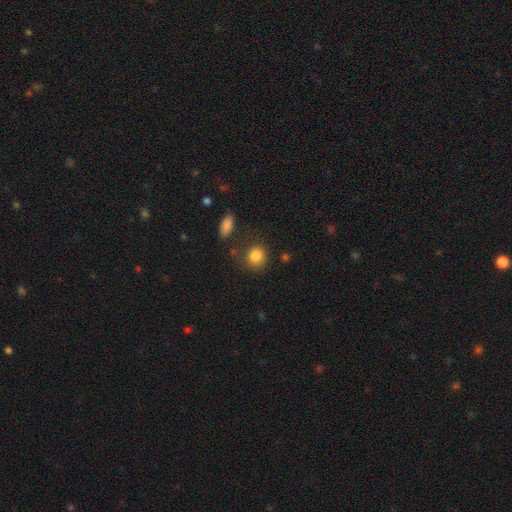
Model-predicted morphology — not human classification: Smooth or featured? smooth (85%)
How rounded? round (75%)
Merging? none (74%)